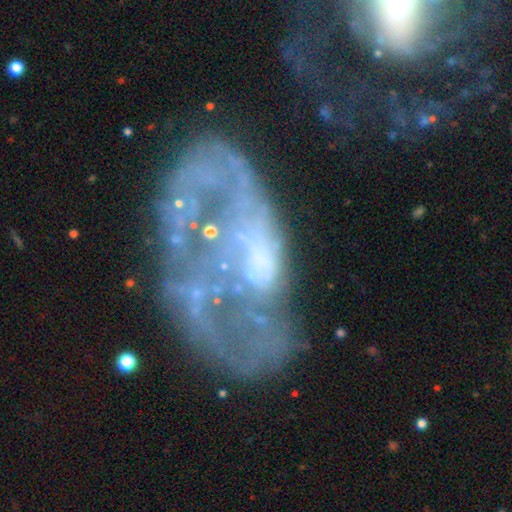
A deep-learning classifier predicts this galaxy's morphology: Smooth or featured? featured or disk (75%)
Edge-on disk? no (95%)
Bar? no (75%)
Spiral arms? no (54%)
Bulge size? none (50%)
Merging? major disturbance (46%)